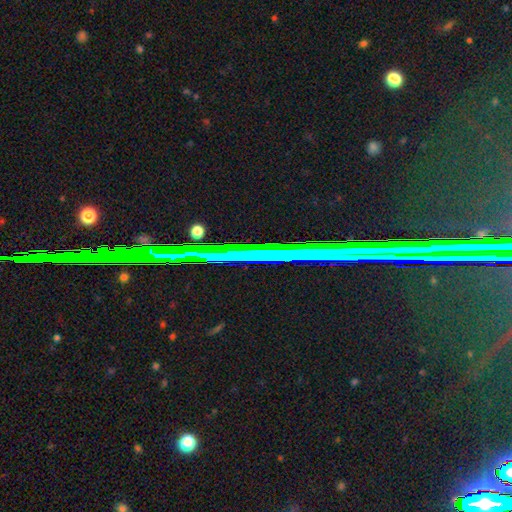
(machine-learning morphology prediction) type=star or artifact (74%).